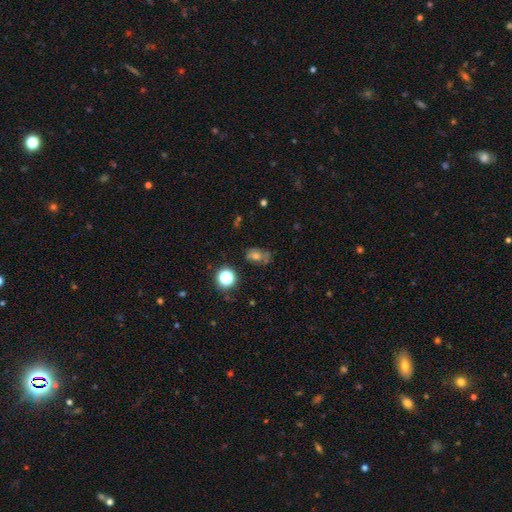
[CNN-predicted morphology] smooth_or_featured: smooth (p=0.53) [alt: star or artifact p=0.27]
how_rounded: in between (p=0.60) [alt: round p=0.38]
merging: none (p=0.53) [alt: minor disturbance p=0.24]